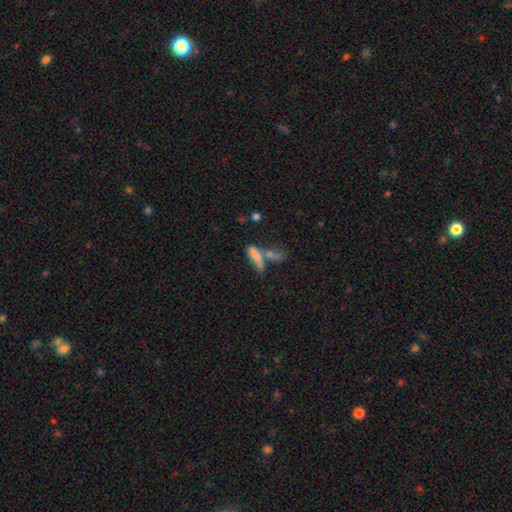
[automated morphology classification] Smooth or featured: smooth — 75% (featured or disk — 16%)
How rounded: cigar-shaped — 63% (in between — 34%)
Merging: merger — 42% (none — 36%)